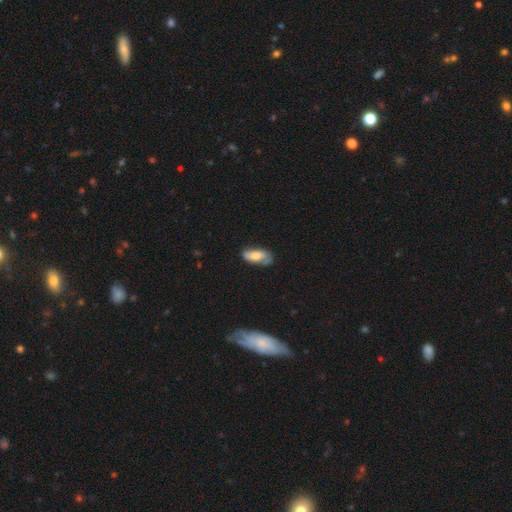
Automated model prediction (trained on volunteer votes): Smooth or featured?
  - smooth: 54% *
  - featured or disk: 39%
  - star or artifact: 7%
How rounded?
  - in between: 87% *
  - cigar-shaped: 10%
  - round: 3%
Merging?
  - none: 60% *
  - minor disturbance: 28%
  - major disturbance: 9%
  - merger: 3%